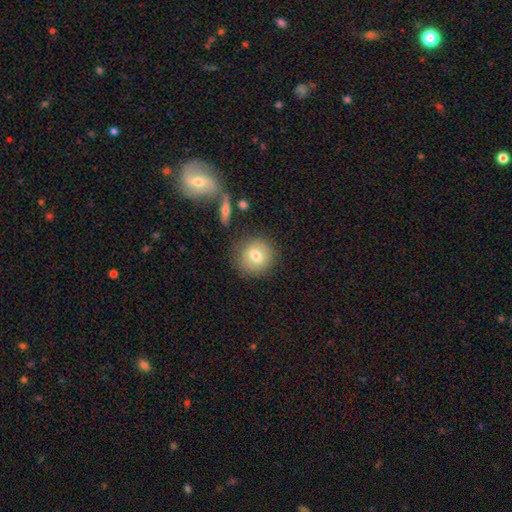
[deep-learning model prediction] Morphology: type=smooth (75%); roundness=round (89%); merging=none (81%).